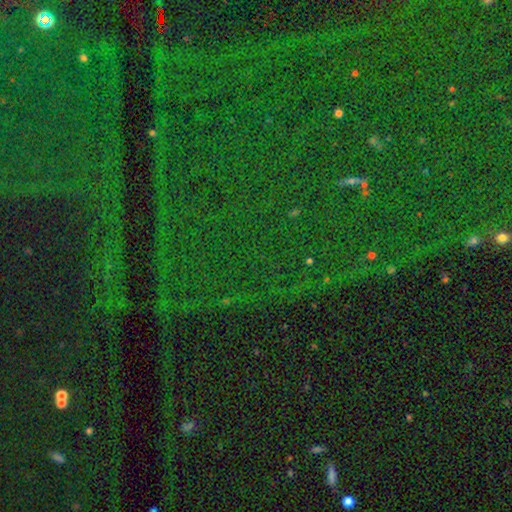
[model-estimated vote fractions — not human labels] star or artifact 86%, smooth 7%, featured or disk 7%.